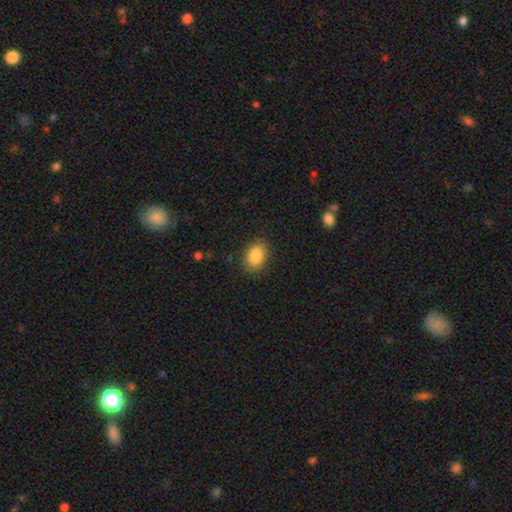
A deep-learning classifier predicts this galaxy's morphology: Smooth or featured: smooth — 87% (star or artifact — 8%)
How rounded: in between — 80% (round — 19%)
Merging: none — 85% (minor disturbance — 11%)